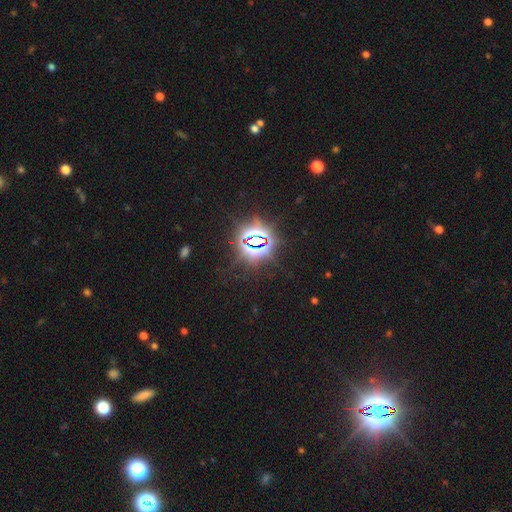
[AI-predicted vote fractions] A star or artifact, not a galaxy (84%).